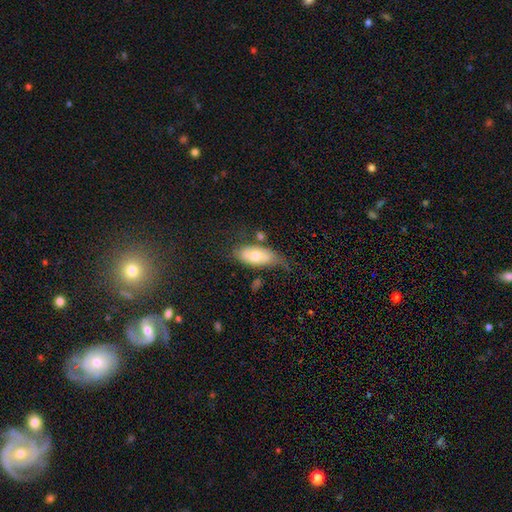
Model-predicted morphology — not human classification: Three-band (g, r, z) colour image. It shows a smooth galaxy with no disk features (58%) that is in between round and cigar-shaped (88%). Merging: none (40%).